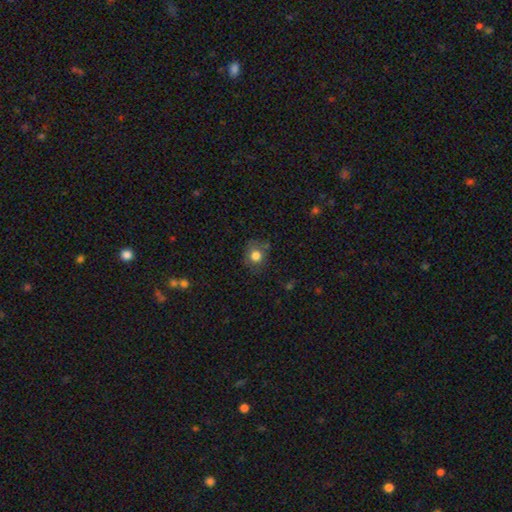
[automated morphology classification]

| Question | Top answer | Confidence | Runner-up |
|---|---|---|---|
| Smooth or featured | smooth | 79% | star or artifact (11%) |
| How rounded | round | 81% | in between (19%) |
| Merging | none | 71% | minor disturbance (20%) |